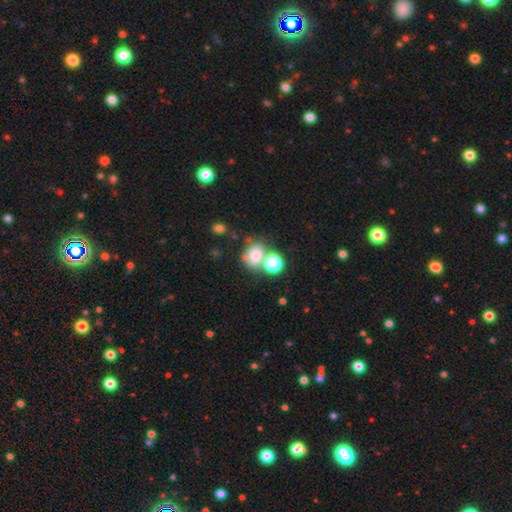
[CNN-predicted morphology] This is likely a smooth galaxy (73%). How rounded: possibly round (59%). Merging: possibly none (45%).